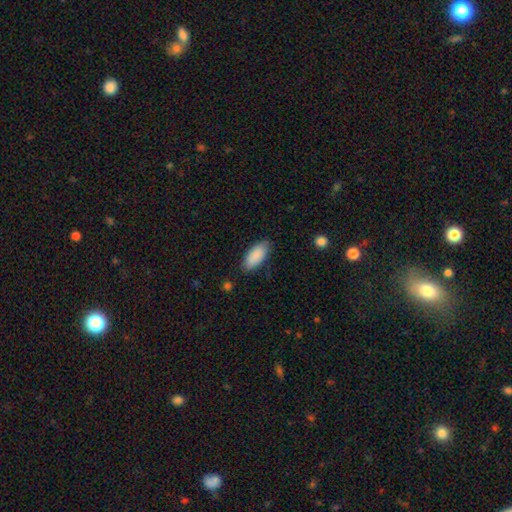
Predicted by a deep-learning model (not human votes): smooth_or_featured: smooth (p=0.89) [alt: star or artifact p=0.06]
how_rounded: in between (p=0.87) [alt: cigar-shaped p=0.11]
merging: none (p=0.84) [alt: minor disturbance p=0.12]